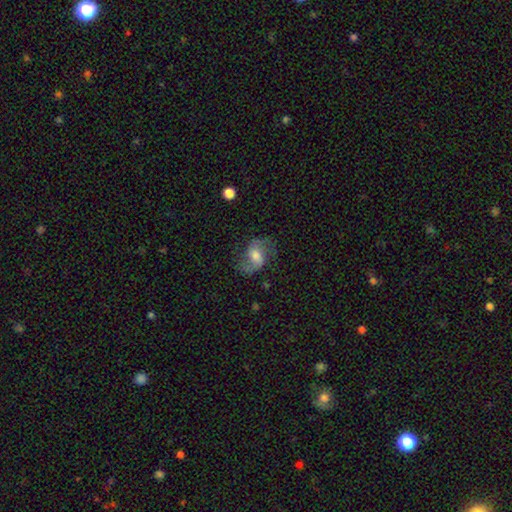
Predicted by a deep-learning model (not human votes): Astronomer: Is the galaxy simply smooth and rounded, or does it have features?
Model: featured or disk — 71%.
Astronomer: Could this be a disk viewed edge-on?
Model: no — 97%.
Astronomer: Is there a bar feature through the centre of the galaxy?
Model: weak — 47% (runner-up: no, 34%).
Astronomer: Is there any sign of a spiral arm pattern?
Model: yes — 92%.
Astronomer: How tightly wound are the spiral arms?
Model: loose — 55% (runner-up: medium, 37%).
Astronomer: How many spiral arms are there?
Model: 2 — 89%.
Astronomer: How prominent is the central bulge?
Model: moderate — 57%.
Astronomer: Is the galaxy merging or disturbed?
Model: none — 69%.